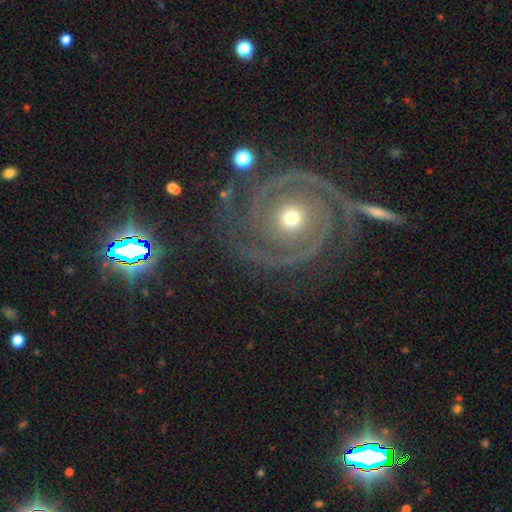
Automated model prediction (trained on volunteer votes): smooth_or_featured: featured or disk (p=0.91) [alt: star or artifact p=0.06]
disk_edge_on: no (p=0.97) [alt: yes p=0.03]
bar: no (p=0.75) [alt: weak p=0.16]
has_spiral_arms: yes (p=0.98) [alt: no p=0.02]
spiral_winding: tight (p=0.75) [alt: medium p=0.21]
spiral_arm_count: 2 (p=0.83) [alt: 3 p=0.07]
bulge_size: moderate (p=0.57) [alt: small p=0.38]
merging: none (p=0.77) [alt: minor disturbance p=0.13]